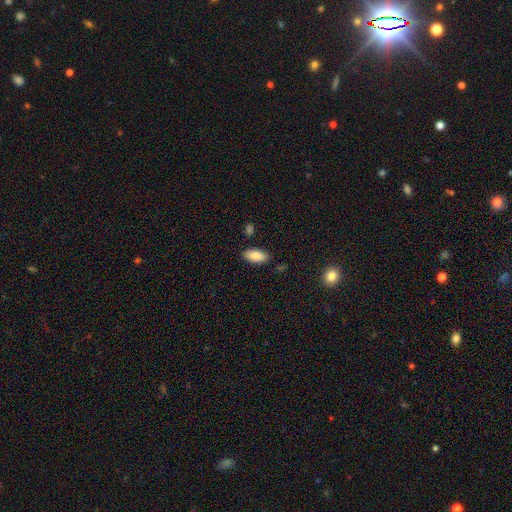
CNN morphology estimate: Q: Smooth or featured?
A: smooth (88%); runner-up: star or artifact (7%)
Q: How rounded?
A: in between (90%); runner-up: cigar-shaped (8%)
Q: Merging?
A: none (85%); runner-up: minor disturbance (10%)